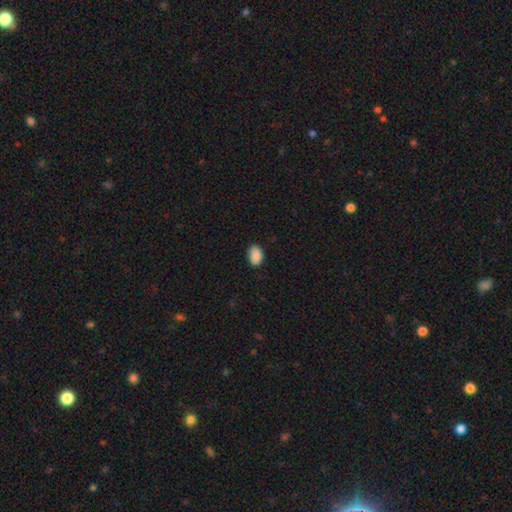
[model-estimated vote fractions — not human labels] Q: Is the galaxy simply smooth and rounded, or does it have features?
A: smooth — 90%.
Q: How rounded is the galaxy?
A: in between — 87%.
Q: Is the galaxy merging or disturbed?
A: none — 85%.